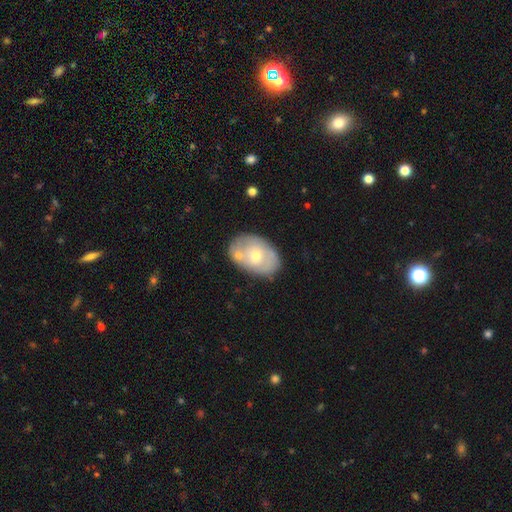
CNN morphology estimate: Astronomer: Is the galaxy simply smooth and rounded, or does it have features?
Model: smooth — 50% (runner-up: featured or disk, 43%).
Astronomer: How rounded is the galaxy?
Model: in between — 82%.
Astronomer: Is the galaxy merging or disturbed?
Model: none — 63%.